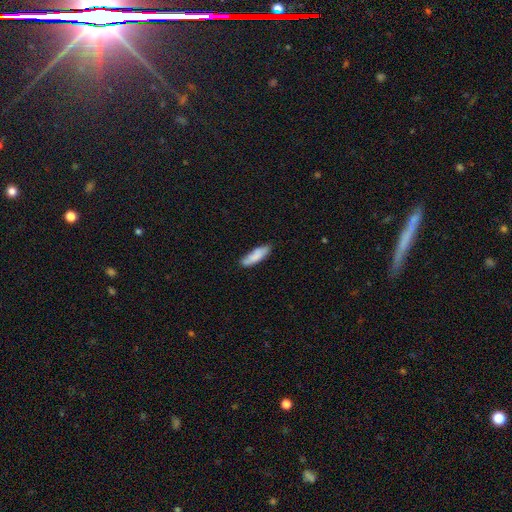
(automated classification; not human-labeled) smooth-or-featured: smooth: 82% | featured or disk: 12% | star or artifact: 6%
  how-rounded: cigar-shaped: 55% | in between: 43% | round: 2%
  merging: none: 75% | minor disturbance: 19% | major disturbance: 3% | merger: 2%